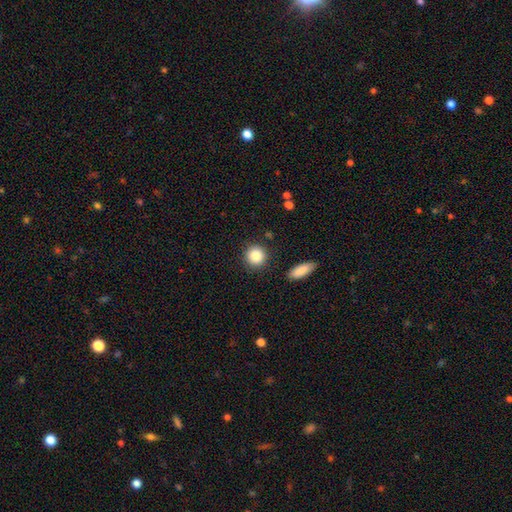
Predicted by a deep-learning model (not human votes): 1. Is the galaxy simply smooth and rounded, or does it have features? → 88% smooth, 8% star or artifact, 4% featured or disk.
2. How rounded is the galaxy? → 88% round, 11% in between, 1% cigar-shaped.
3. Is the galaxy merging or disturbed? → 88% none, 7% minor disturbance, 3% merger, 2% major disturbance.